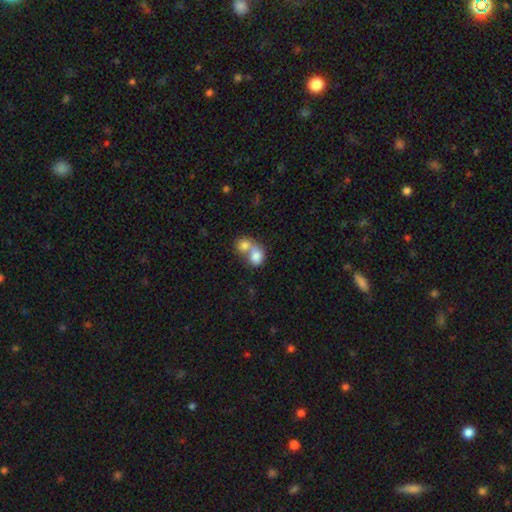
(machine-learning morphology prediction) Smooth or featured: smooth — 77% (featured or disk — 14%)
How rounded: round — 52% (in between — 47%)
Merging: merger — 73% (none — 18%)